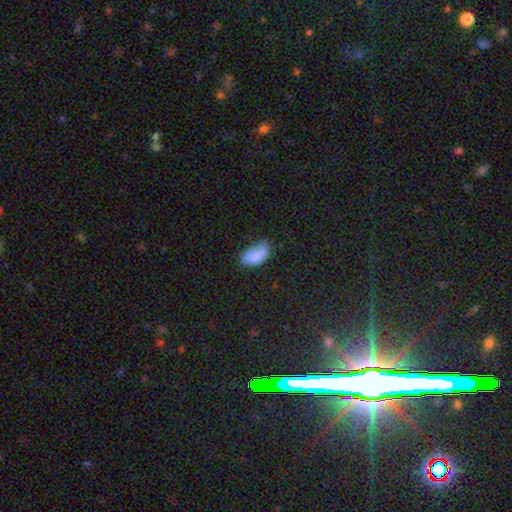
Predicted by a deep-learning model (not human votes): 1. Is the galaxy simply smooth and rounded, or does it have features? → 85% smooth, 8% star or artifact, 7% featured or disk.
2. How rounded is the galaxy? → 94% in between, 3% round, 3% cigar-shaped.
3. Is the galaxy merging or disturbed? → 54% none, 35% minor disturbance, 9% major disturbance, 2% merger.